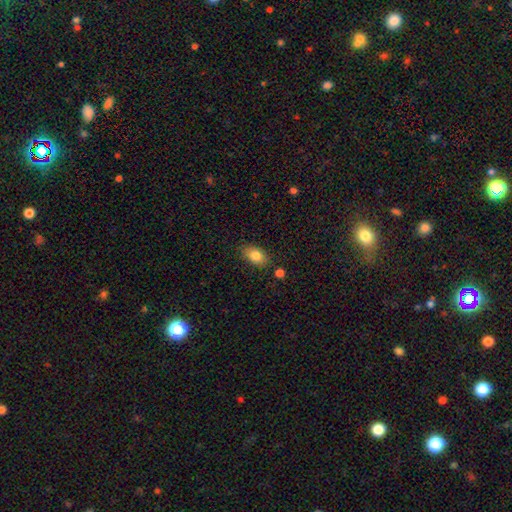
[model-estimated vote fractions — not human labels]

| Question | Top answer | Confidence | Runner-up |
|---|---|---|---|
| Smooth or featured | smooth | 83% | featured or disk (8%) |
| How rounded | in between | 86% | round (12%) |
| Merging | none | 81% | minor disturbance (13%) |